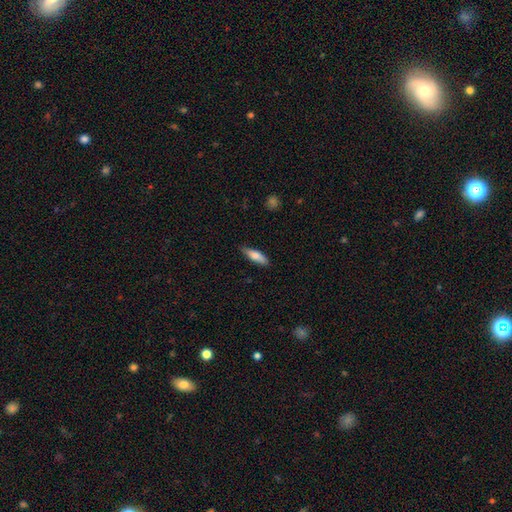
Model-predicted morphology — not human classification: Smooth or featured? Predicted: smooth (p=0.73). How rounded? Predicted: cigar-shaped (p=0.57). Merging? Predicted: none (p=0.81).